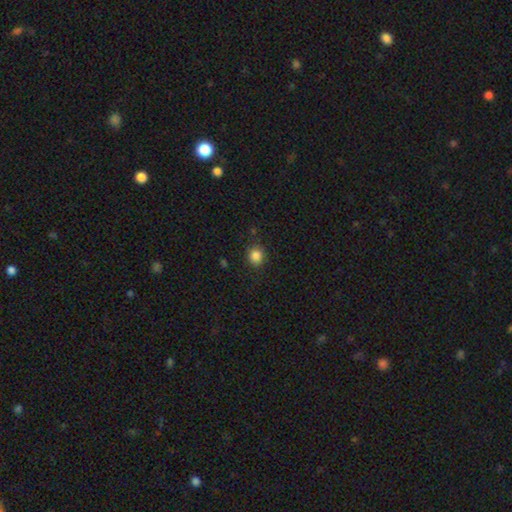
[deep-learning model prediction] Smooth or featured: smooth — 85% (star or artifact — 11%)
How rounded: round — 85% (in between — 14%)
Merging: none — 87% (minor disturbance — 9%)